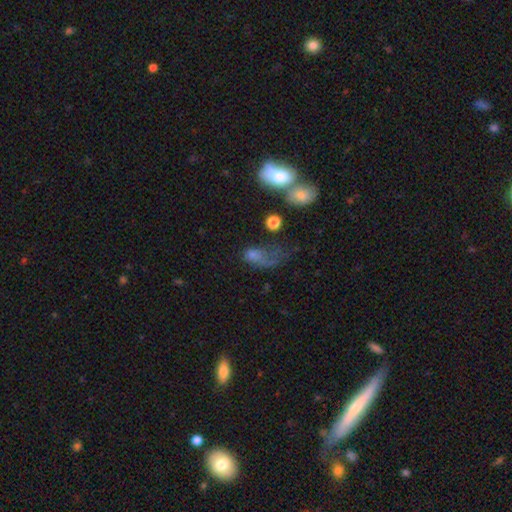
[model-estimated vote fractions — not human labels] The model was most divided on "merging": major disturbance: 53%, none: 20%, minor disturbance: 16%, merger: 12%. More confident: how rounded — in between (68%); smooth or featured — smooth (60%).